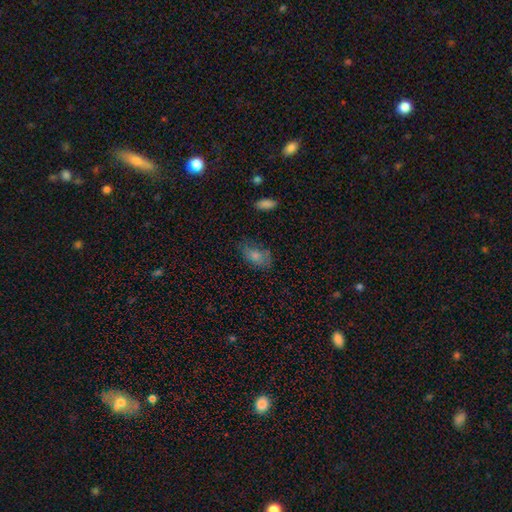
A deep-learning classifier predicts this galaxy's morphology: Overall: smooth (76%). How rounded: in between (90%). Merging: none (62%; minor disturbance 27%).